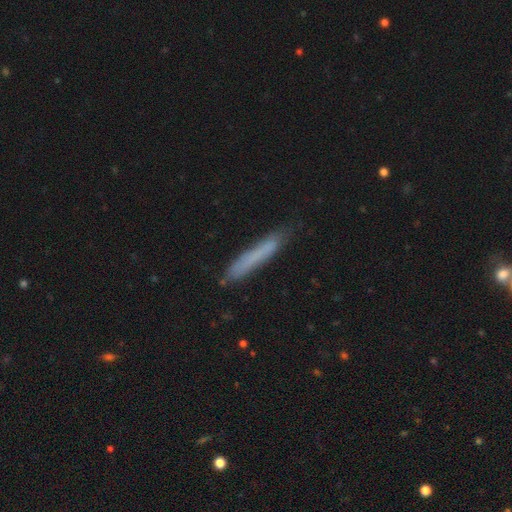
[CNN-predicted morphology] Q: Smooth or featured?
A: smooth (70%); runner-up: featured or disk (22%)
Q: How rounded?
A: cigar-shaped (94%); runner-up: in between (4%)
Q: Merging?
A: none (80%); runner-up: minor disturbance (16%)